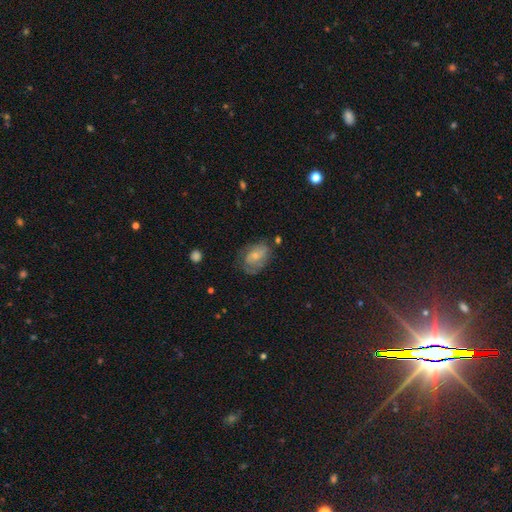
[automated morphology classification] Overall: smooth (49%; featured or disk 44%). Merging: none (53%; minor disturbance 29%).